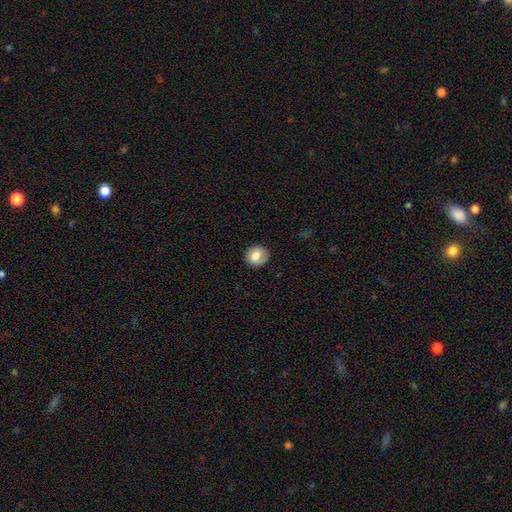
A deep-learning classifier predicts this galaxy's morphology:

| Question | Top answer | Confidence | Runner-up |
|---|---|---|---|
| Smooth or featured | smooth | 78% | featured or disk (14%) |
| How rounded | round | 86% | in between (13%) |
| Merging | none | 89% | minor disturbance (8%) |